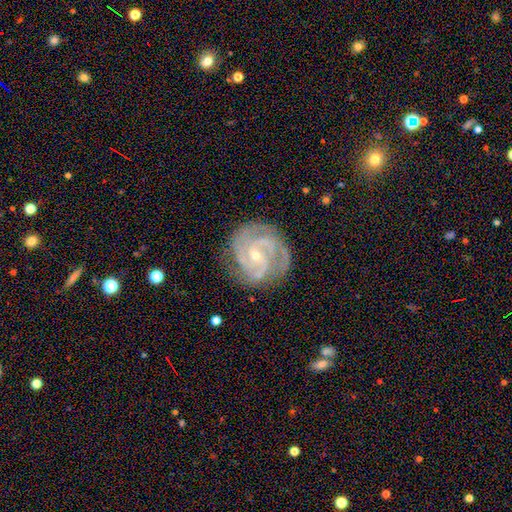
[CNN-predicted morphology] Q: Smooth or featured?
A: featured or disk (90%); runner-up: star or artifact (5%)
Q: Edge-on disk?
A: no (98%); runner-up: yes (2%)
Q: Bar?
A: no (50%); runner-up: weak (37%)
Q: Spiral arms?
A: yes (98%); runner-up: no (2%)
Q: Spiral winding?
A: tight (58%); runner-up: medium (37%)
Q: Spiral arm count?
A: 3 (42%); runner-up: 2 (27%)
Q: Bulge size?
A: small (73%); runner-up: moderate (24%)
Q: Merging?
A: none (74%); runner-up: minor disturbance (18%)